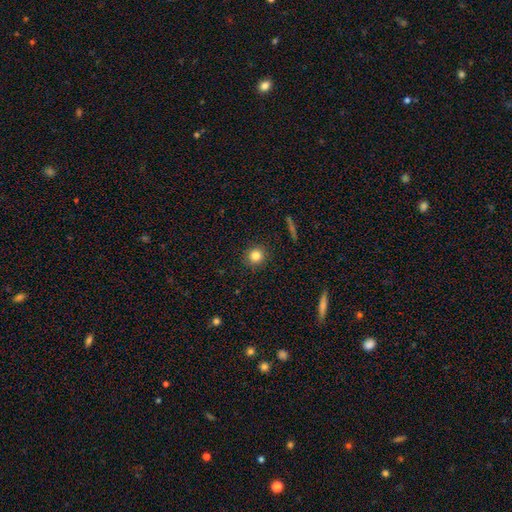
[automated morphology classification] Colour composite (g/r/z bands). It shows a smooth galaxy with no disk features (82%) that is round (92%). Merging: none (91%).